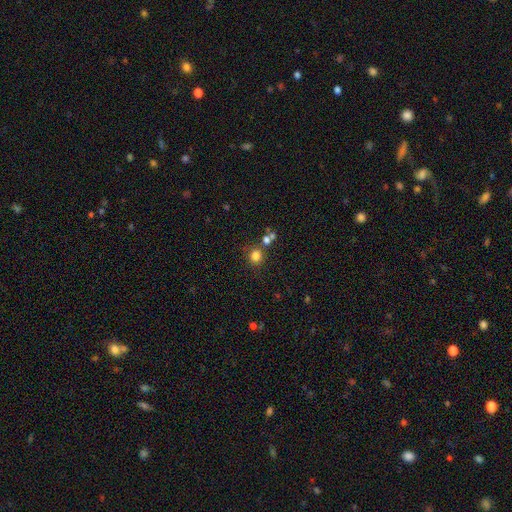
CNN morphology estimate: smooth 79%, star or artifact 15%, featured or disk 6%. Down the decision tree: how rounded — round (87%); merging — none (74%).